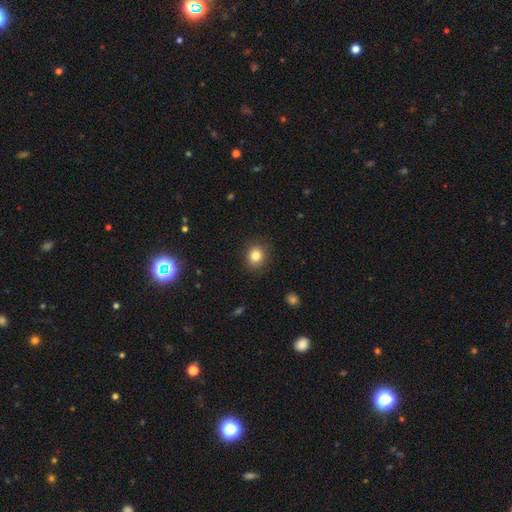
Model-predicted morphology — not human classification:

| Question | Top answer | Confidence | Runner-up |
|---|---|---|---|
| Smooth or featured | smooth | 83% | star or artifact (11%) |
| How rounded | round | 70% | in between (29%) |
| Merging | none | 88% | minor disturbance (8%) |